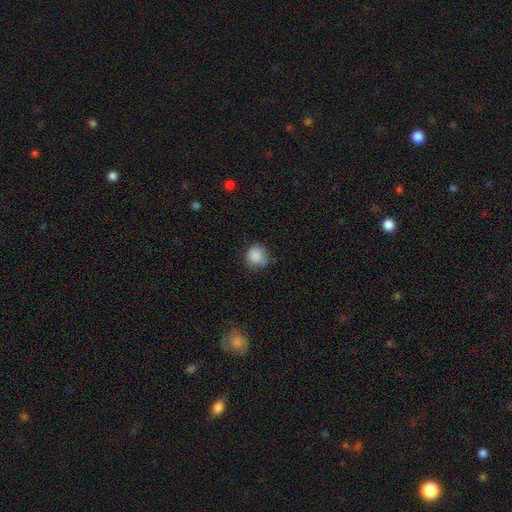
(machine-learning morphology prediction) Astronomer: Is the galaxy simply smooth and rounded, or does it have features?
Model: smooth — 88%.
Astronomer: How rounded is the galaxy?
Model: round — 86%.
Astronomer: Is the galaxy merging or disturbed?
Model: none — 71%.